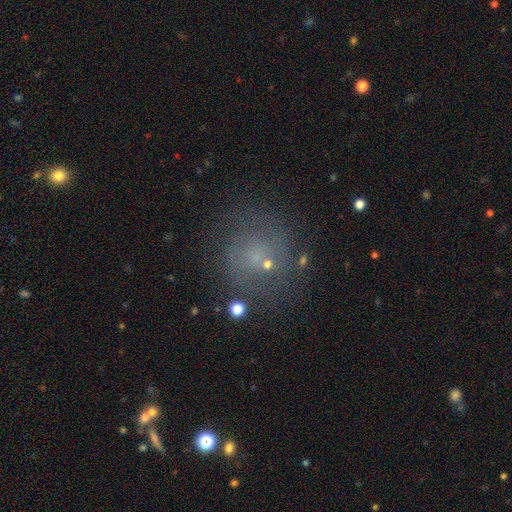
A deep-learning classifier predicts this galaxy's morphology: A smooth galaxy with no disk features (51%) that is round (88%). Merging: none (74%).